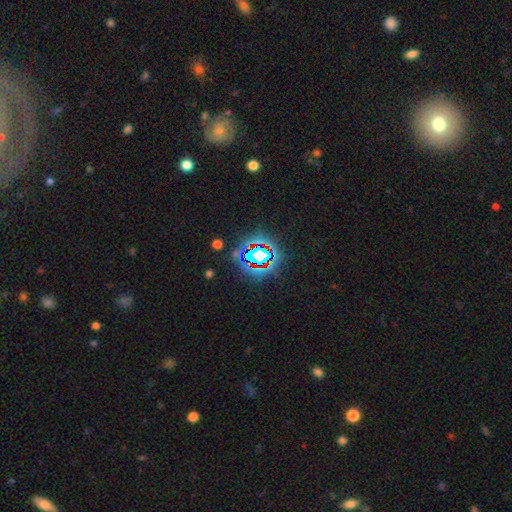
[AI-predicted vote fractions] This appears to be a star or artifact, not a galaxy (72%).